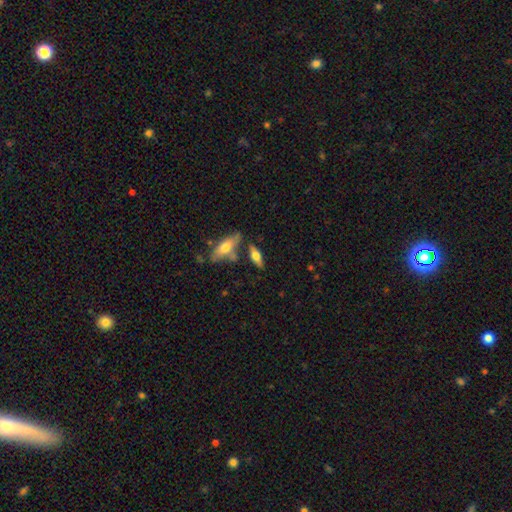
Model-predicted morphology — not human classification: Smooth or featured?
  - smooth: 53% *
  - featured or disk: 40%
  - star or artifact: 7%
How rounded?
  - in between: 58% *
  - cigar-shaped: 39%
  - round: 3%
Merging?
  - none: 68% *
  - merger: 16%
  - minor disturbance: 12%
  - major disturbance: 3%